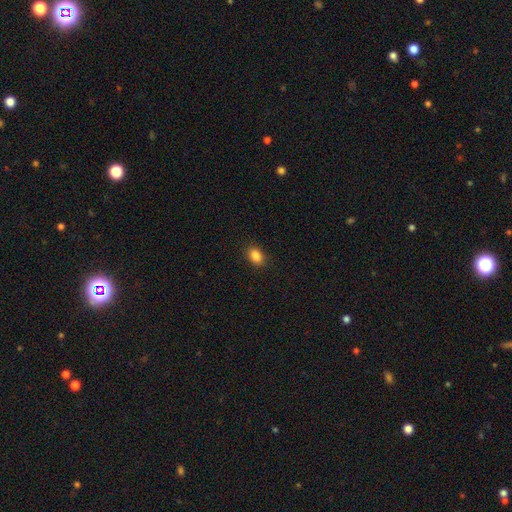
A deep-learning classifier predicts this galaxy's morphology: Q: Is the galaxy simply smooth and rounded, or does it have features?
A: smooth — 87%.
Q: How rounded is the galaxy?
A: in between — 80%.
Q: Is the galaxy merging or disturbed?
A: none — 89%.